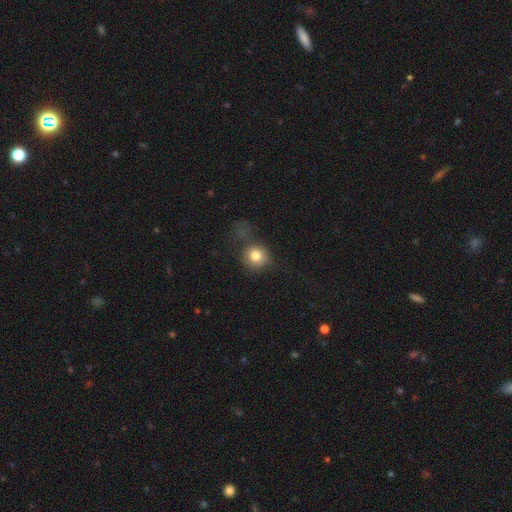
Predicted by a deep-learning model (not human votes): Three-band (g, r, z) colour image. It shows a smooth galaxy with no disk features (79%) that is round (87%). Merging: none (58%).